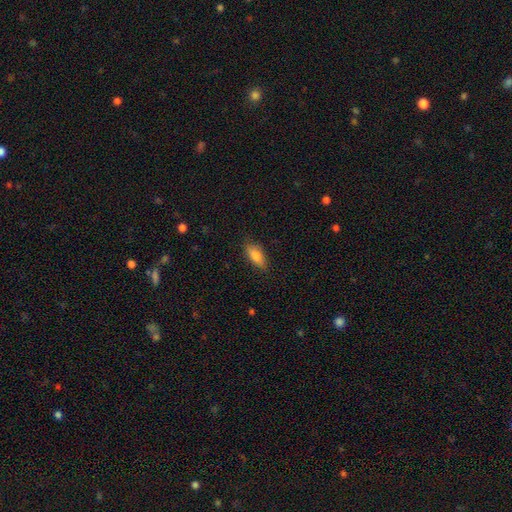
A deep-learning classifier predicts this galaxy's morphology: smooth 82%, featured or disk 11%, star or artifact 7%. Down the decision tree: how rounded — in between (81%); merging — none (82%).